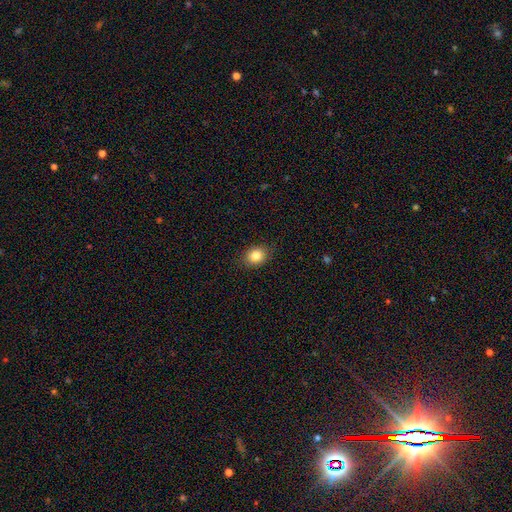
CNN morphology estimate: The model was most divided on "how rounded": round: 55%, in between: 44%, cigar-shaped: 1%. More confident: merging — none (86%); smooth or featured — smooth (84%).